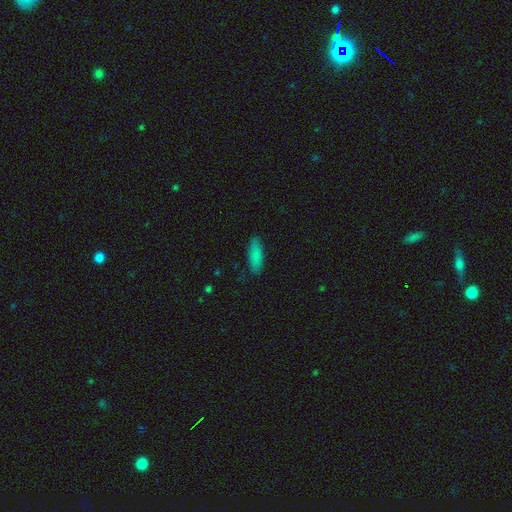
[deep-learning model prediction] Smooth or featured: smooth — 86% (featured or disk — 7%)
How rounded: in between — 59% (cigar-shaped — 39%)
Merging: none — 85% (minor disturbance — 11%)